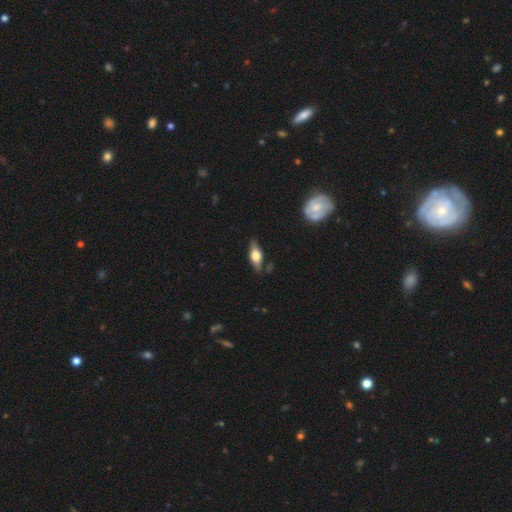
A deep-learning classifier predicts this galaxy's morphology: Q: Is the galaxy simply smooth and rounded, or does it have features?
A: featured or disk — 52%.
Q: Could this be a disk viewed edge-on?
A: yes — 88%.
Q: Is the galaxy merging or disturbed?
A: none — 80%.